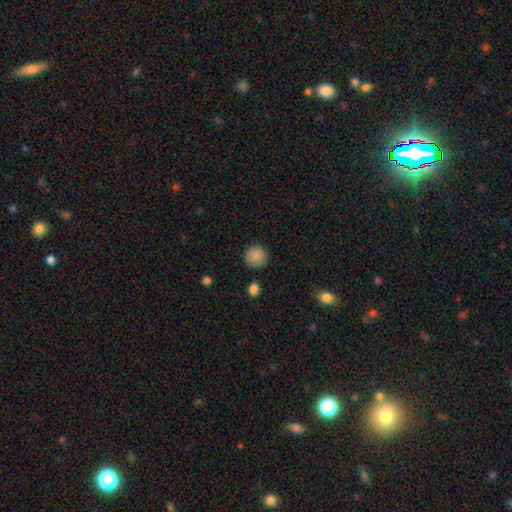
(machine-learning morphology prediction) Smooth or featured?
  - smooth: 87% *
  - star or artifact: 8%
  - featured or disk: 5%
How rounded?
  - round: 94% *
  - in between: 5%
  - cigar-shaped: 1%
Merging?
  - none: 89% *
  - minor disturbance: 7%
  - major disturbance: 2%
  - merger: 2%